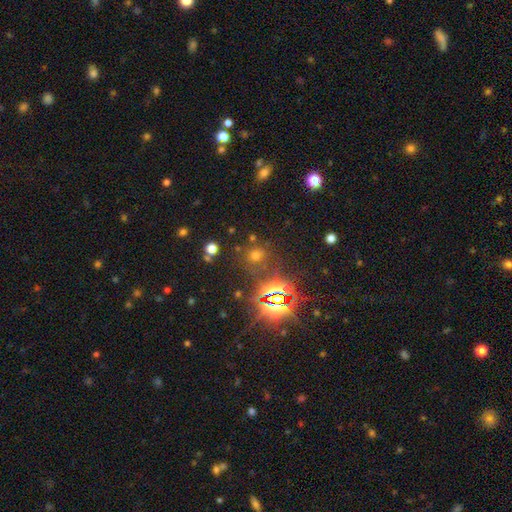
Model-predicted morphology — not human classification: type=smooth (48%); merging=none (75%).